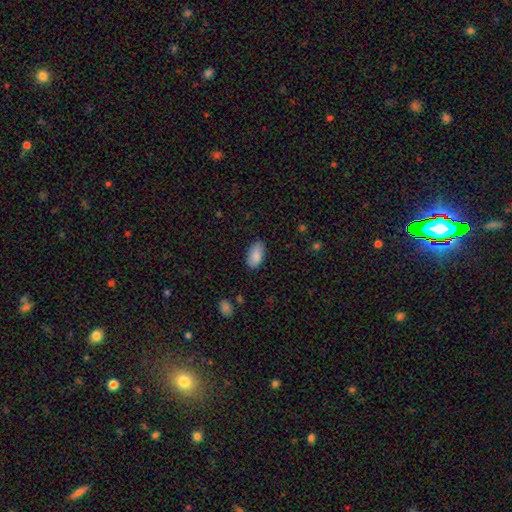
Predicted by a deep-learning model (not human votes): This is clearly a smooth galaxy (87%). How rounded: clearly in between (95%). Merging: clearly none (83%).